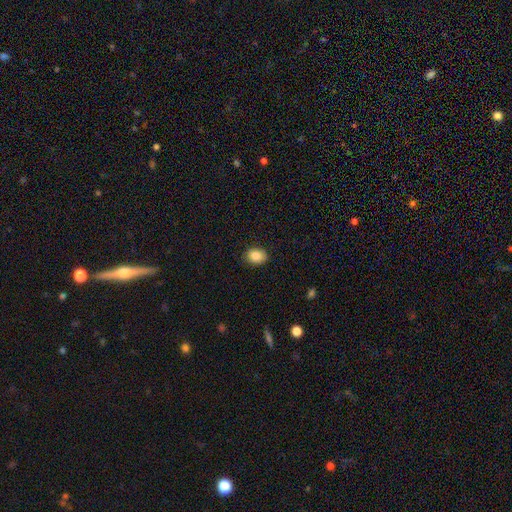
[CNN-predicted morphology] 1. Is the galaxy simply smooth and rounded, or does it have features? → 86% smooth, 9% star or artifact, 6% featured or disk.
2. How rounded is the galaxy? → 63% in between, 36% round, 1% cigar-shaped.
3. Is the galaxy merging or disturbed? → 86% none, 11% minor disturbance, 2% major disturbance, 1% merger.